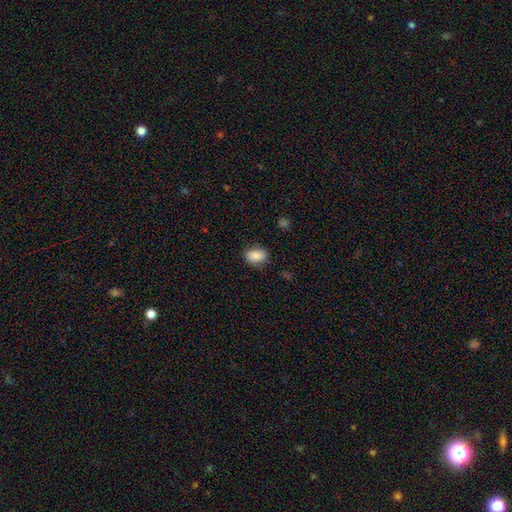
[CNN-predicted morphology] Smooth or featured? Predicted: smooth (p=0.84). How rounded? Predicted: in between (p=0.78). Merging? Predicted: none (p=0.79).